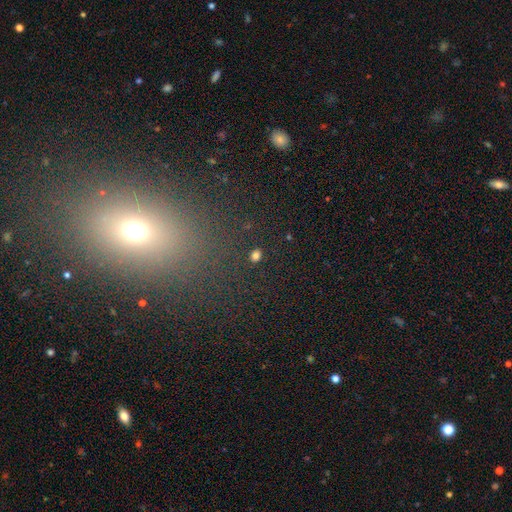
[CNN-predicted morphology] smooth-or-featured: smooth: 77% | star or artifact: 18% | featured or disk: 5%
  how-rounded: in between: 54% | round: 44% | cigar-shaped: 2%
  merging: none: 89% | minor disturbance: 7% | major disturbance: 3% | merger: 2%